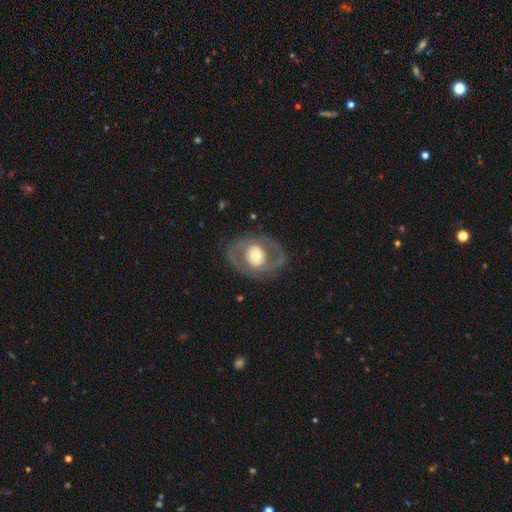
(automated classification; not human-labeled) The model was most divided on "spiral arms": no: 58%, yes: 42%. More confident: edge-on disk — no (95%); merging — none (77%); bar — no (76%); smooth or featured — featured or disk (69%); bulge size — moderate (61%).